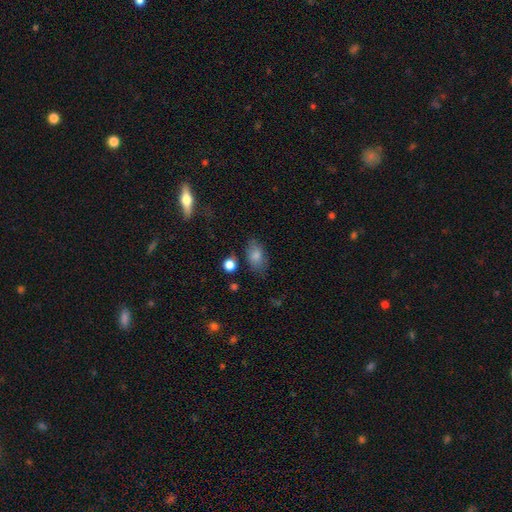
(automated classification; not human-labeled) smooth 82%, featured or disk 9%, star or artifact 8%. Down the decision tree: how rounded — in between (89%); merging — none (73%).